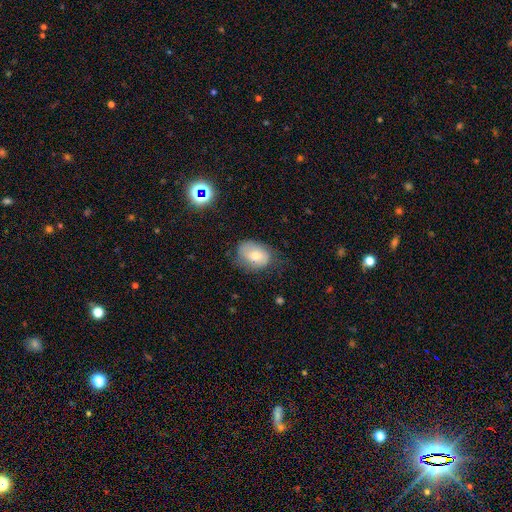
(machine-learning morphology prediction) smooth-or-featured: smooth: 70% | featured or disk: 22% | star or artifact: 8%
  how-rounded: in between: 75% | round: 24% | cigar-shaped: 1%
  merging: none: 59% | minor disturbance: 29% | major disturbance: 10% | merger: 2%